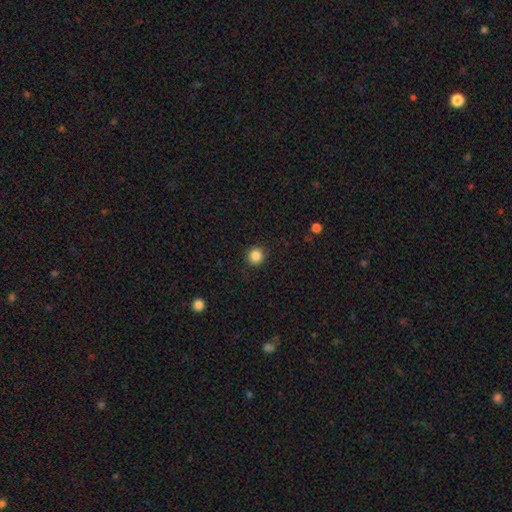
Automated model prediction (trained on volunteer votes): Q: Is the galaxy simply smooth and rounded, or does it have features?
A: smooth — 86%.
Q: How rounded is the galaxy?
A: round — 94%.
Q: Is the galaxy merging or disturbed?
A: none — 91%.